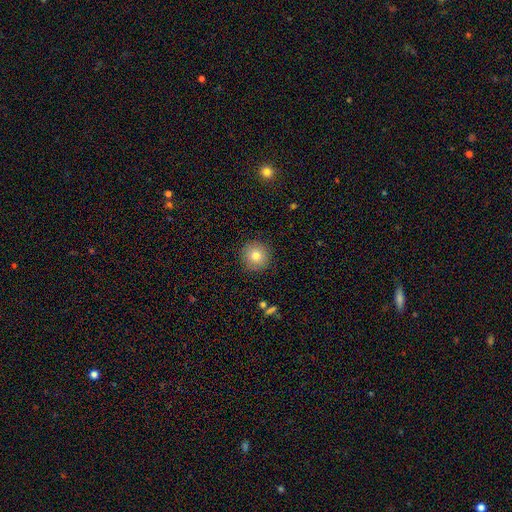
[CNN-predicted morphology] Smooth or featured: smooth — 80% (star or artifact — 10%)
How rounded: round — 95% (in between — 4%)
Merging: none — 90% (minor disturbance — 7%)